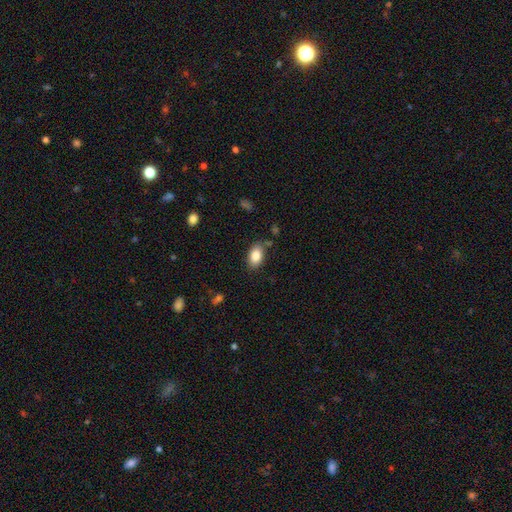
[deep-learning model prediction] Morphology: type=smooth (85%); roundness=in between (90%); merging=none (81%).